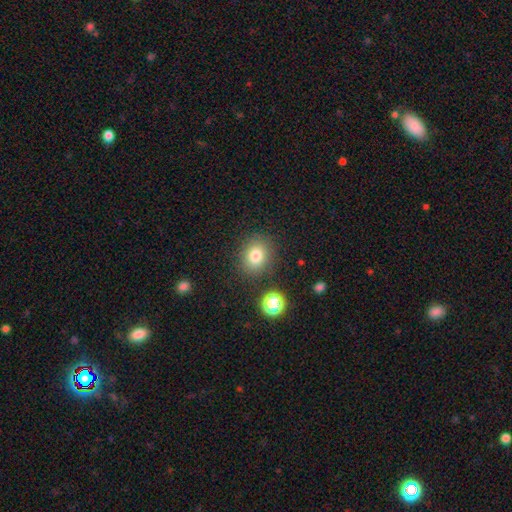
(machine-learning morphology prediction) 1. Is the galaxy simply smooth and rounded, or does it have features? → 80% smooth, 12% star or artifact, 8% featured or disk.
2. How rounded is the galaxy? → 65% round, 34% in between, 1% cigar-shaped.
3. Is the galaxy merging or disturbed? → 84% none, 9% minor disturbance, 3% merger, 3% major disturbance.